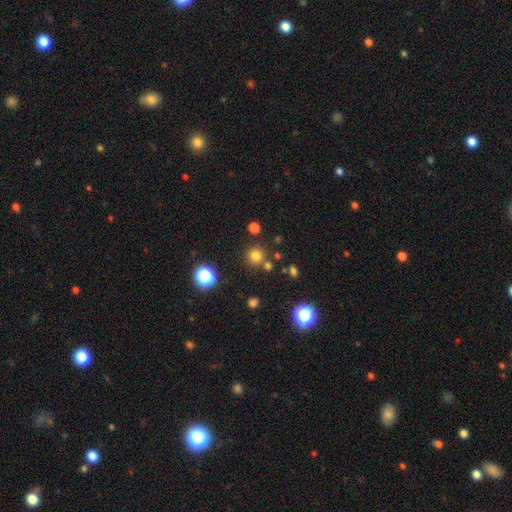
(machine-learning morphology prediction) This is likely a smooth galaxy (76%). How rounded: clearly round (94%). Merging: clearly none (82%).